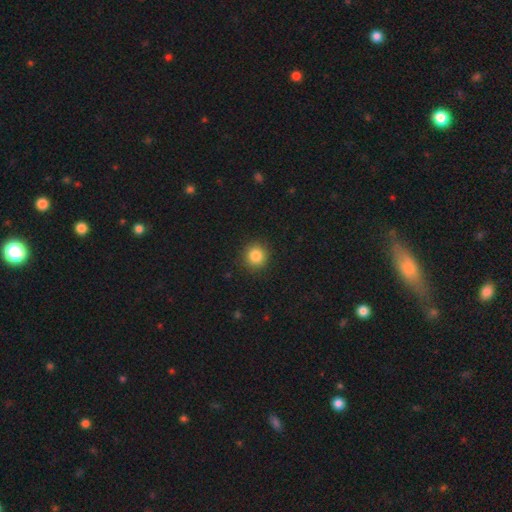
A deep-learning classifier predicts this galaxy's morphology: smooth 85%, star or artifact 11%, featured or disk 5%. Down the decision tree: how rounded — round (92%); merging — none (91%).